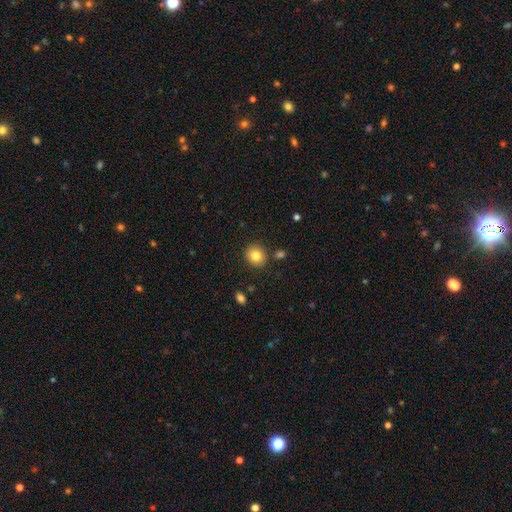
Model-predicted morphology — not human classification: Smooth or featured: smooth — 83% (star or artifact — 10%)
How rounded: round — 80% (in between — 20%)
Merging: none — 86% (minor disturbance — 8%)